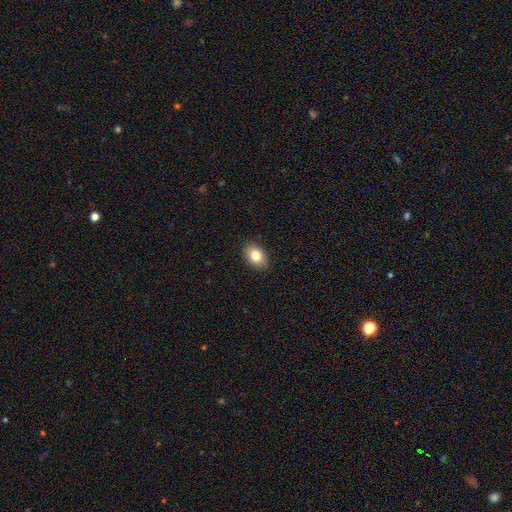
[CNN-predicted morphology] This appears to be a smooth galaxy with no disk features (83%) that is in between round and cigar-shaped (81%). Merging: none (89%).